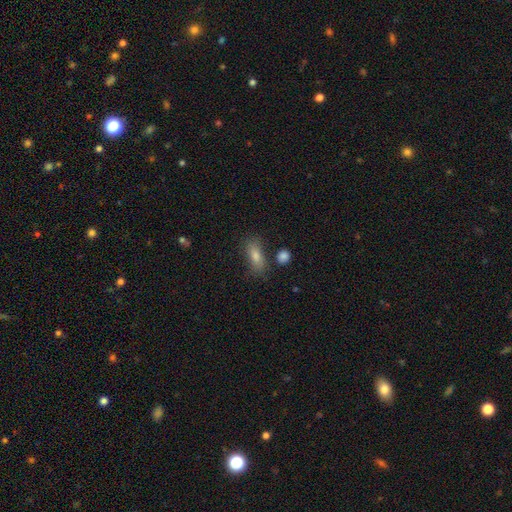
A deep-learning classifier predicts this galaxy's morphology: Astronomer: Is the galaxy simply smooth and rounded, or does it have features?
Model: smooth — 74%.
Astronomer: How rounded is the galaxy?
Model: in between — 73%.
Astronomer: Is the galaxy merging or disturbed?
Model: none — 72%.